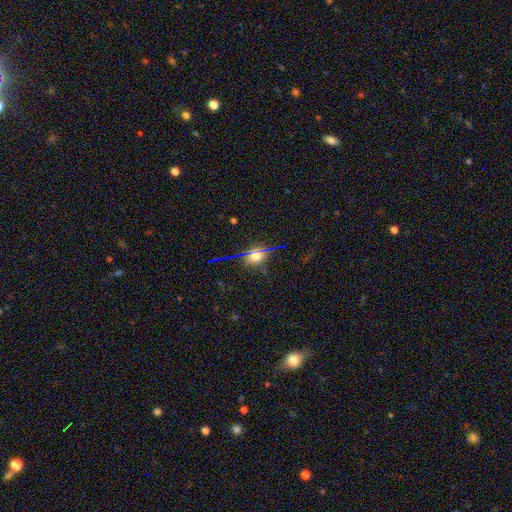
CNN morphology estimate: Smooth or featured: smooth — 45% (star or artifact — 39%)
Merging: none — 85% (minor disturbance — 9%)